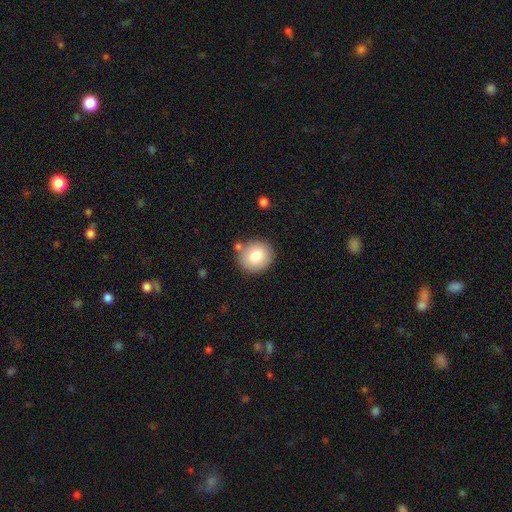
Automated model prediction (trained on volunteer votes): smooth-or-featured: smooth: 80% | featured or disk: 11% | star or artifact: 9%
  how-rounded: round: 85% | in between: 14% | cigar-shaped: 1%
  merging: none: 80% | minor disturbance: 10% | merger: 6% | major disturbance: 3%